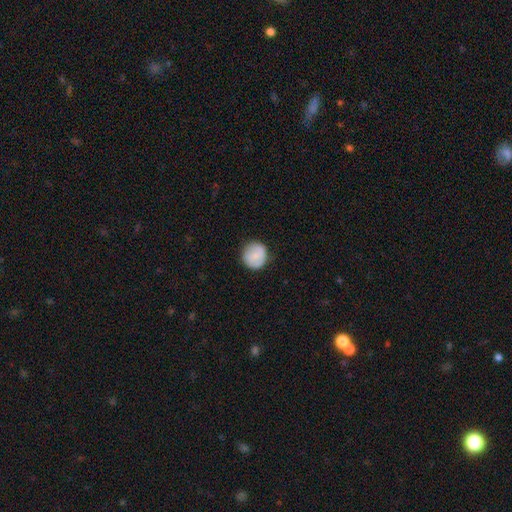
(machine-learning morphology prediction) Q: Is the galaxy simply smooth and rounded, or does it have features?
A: smooth — 76%.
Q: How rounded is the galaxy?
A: round — 93%.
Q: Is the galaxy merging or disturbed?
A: none — 84%.